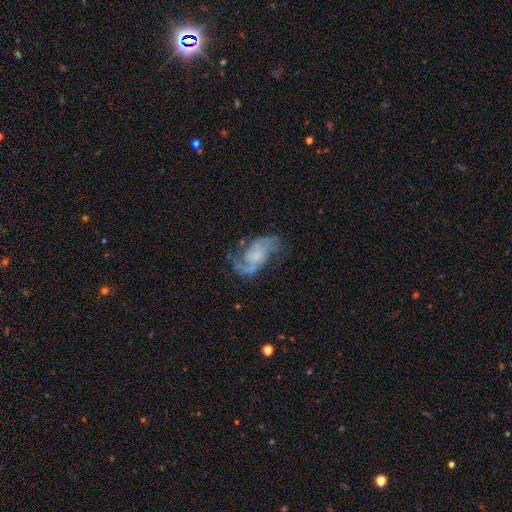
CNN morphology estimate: This is likely a featured or disk galaxy (80%). It is clearly not viewed edge-on (97%). Bar: likely no (61%). Spiral arm pattern: clearly yes (92%). Spiral arm count: clearly 2 (81%). Spiral winding: possibly loose (47%). Central bulge: possibly none (46%). Merging: possibly none (57%).